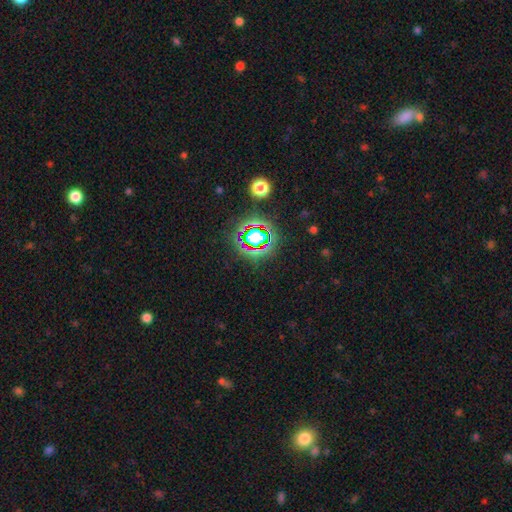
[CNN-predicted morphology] The model was most divided on "smooth or featured": star or artifact: 79%, smooth: 13%, featured or disk: 8%.